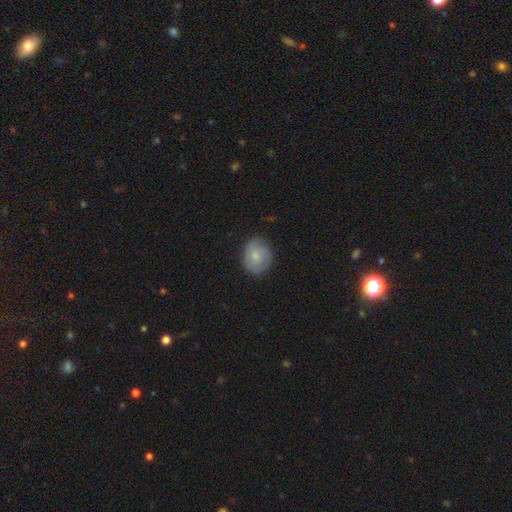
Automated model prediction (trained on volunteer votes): The model was most divided on "how rounded": round: 63%, in between: 36%, cigar-shaped: 1%. More confident: merging — none (75%); smooth or featured — smooth (69%).